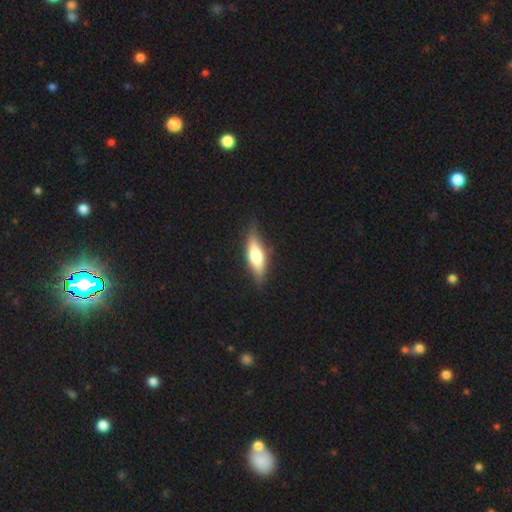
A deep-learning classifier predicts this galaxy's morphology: A smooth galaxy with no disk features (58%) that is in between round and cigar-shaped (59%).

Vote fractions:
- Smooth or featured? smooth: 58% / featured or disk: 36% / star or artifact: 6%
- How rounded? in between: 59% / cigar-shaped: 39% / round: 3%
- Merging? none: 78% / minor disturbance: 17% / major disturbance: 4% / merger: 1%